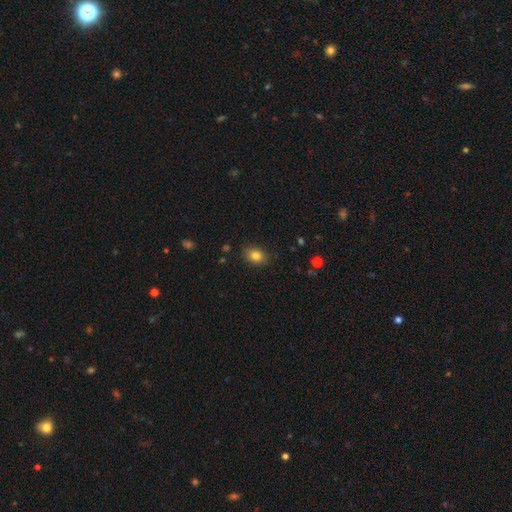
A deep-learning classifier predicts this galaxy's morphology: smooth 83%, star or artifact 10%, featured or disk 7%. Down the decision tree: how rounded — in between (65%); merging — none (86%).